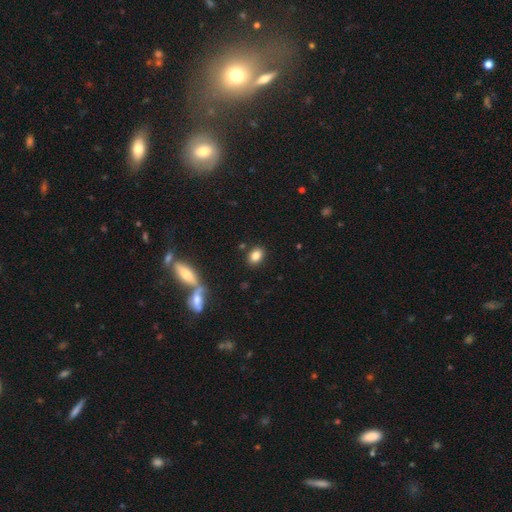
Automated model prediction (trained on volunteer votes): Smooth or featured? Predicted: smooth (p=0.83). How rounded? Predicted: in between (p=0.68). Merging? Predicted: none (p=0.85).